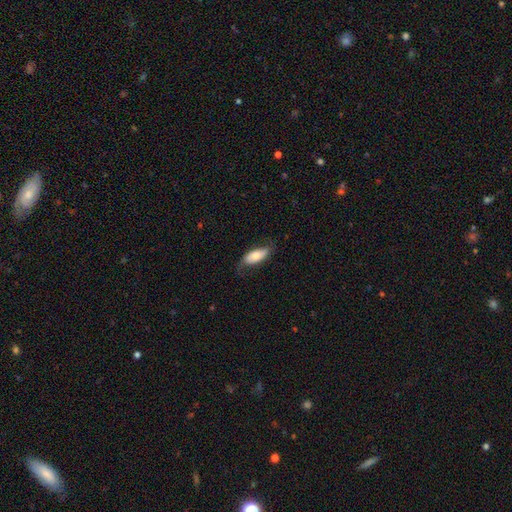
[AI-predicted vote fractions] Smooth or featured: smooth — 63% (featured or disk — 31%)
How rounded: in between — 79% (cigar-shaped — 18%)
Merging: none — 67% (minor disturbance — 24%)